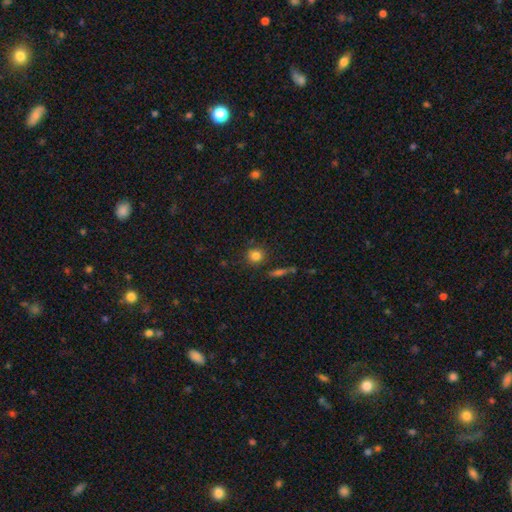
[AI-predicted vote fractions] Morphology: type=smooth (81%); roundness=round (87%); merging=none (82%).